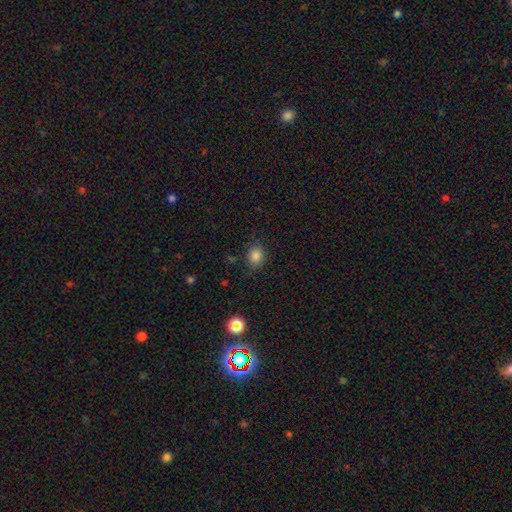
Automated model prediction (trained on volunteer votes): smooth 84%, star or artifact 12%, featured or disk 5%. Down the decision tree: how rounded — round (58%); merging — none (81%).